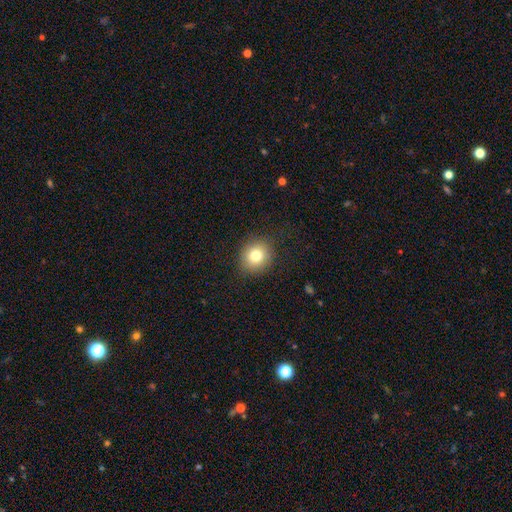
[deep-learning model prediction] This is likely a smooth galaxy (79%). How rounded: likely round (80%). Merging: clearly none (88%).